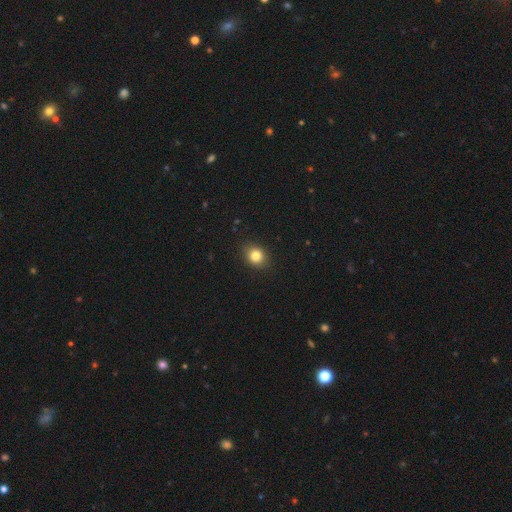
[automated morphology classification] smooth-or-featured: smooth: 82% | star or artifact: 11% | featured or disk: 7%
  how-rounded: round: 55% | in between: 44% | cigar-shaped: 1%
  merging: none: 87% | minor disturbance: 10% | major disturbance: 2% | merger: 1%